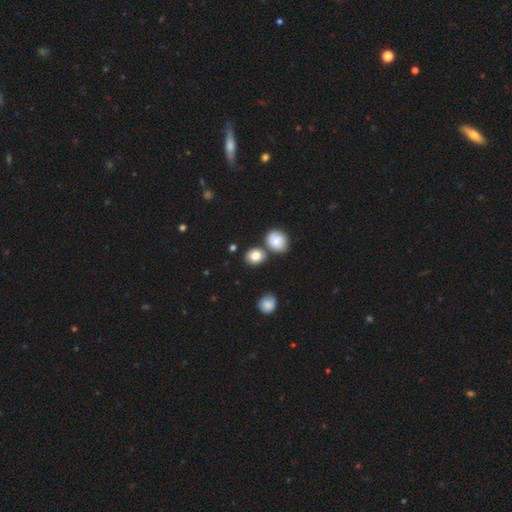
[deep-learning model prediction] Overall: smooth (83%). How rounded: round (68%; in between 31%). Merging: none (71%).